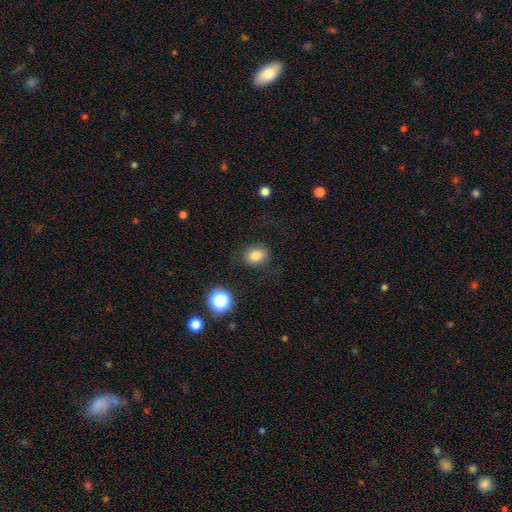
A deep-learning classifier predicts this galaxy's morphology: Smooth or featured: smooth — 81% (star or artifact — 12%)
How rounded: round — 53% (in between — 46%)
Merging: none — 83% (minor disturbance — 11%)